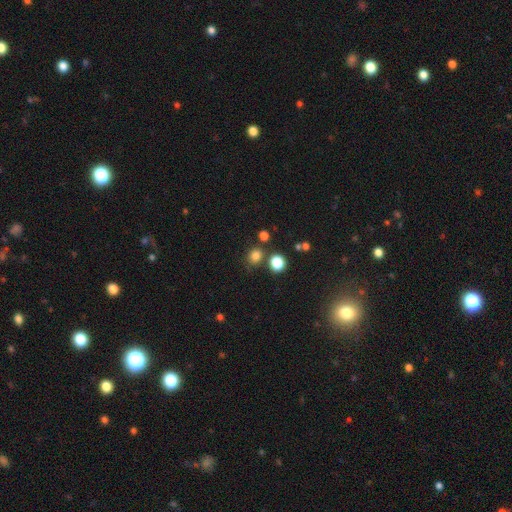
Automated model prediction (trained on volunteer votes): This is likely a smooth galaxy (79%). How rounded: likely round (70%). Merging: likely none (72%).